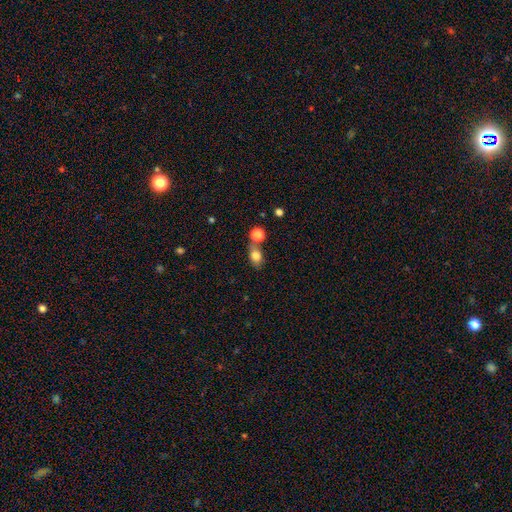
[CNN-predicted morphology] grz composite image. It shows a smooth galaxy with no disk features (78%) that is in between round and cigar-shaped (67%). Merging: none (55%).